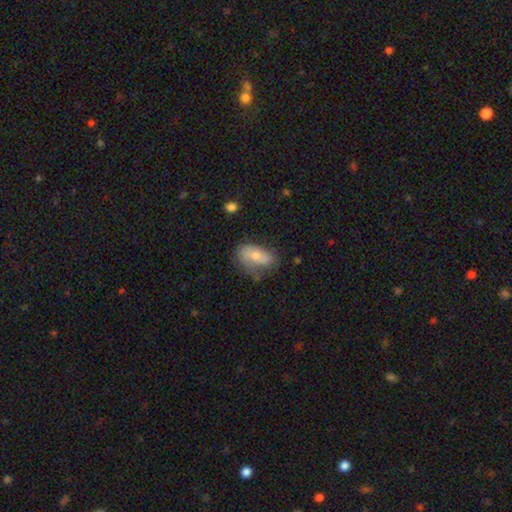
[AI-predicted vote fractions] Smooth or featured? Predicted: smooth (p=0.65). How rounded? Predicted: in between (p=0.87). Merging? Predicted: none (p=0.53).